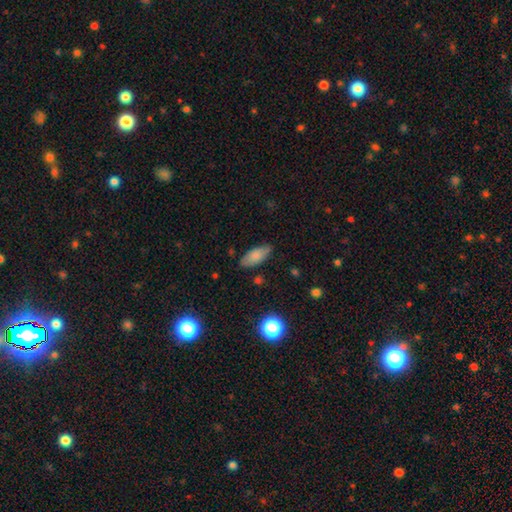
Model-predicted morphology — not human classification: smooth 79%, featured or disk 13%, star or artifact 8%. Down the decision tree: how rounded — in between (86%); merging — none (80%).